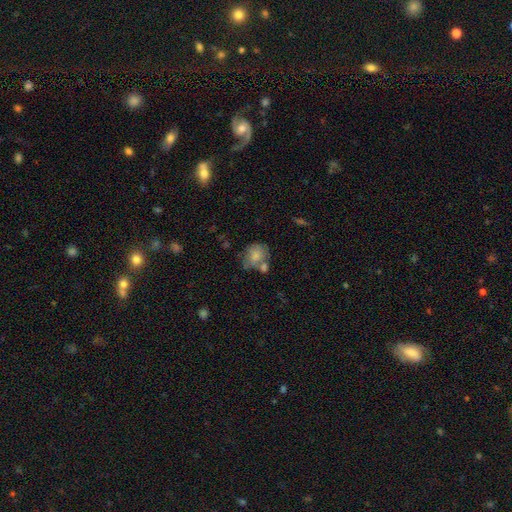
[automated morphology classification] Smooth or featured? Predicted: smooth (p=0.69). How rounded? Predicted: round (p=0.65). Merging? Predicted: none (p=0.41).